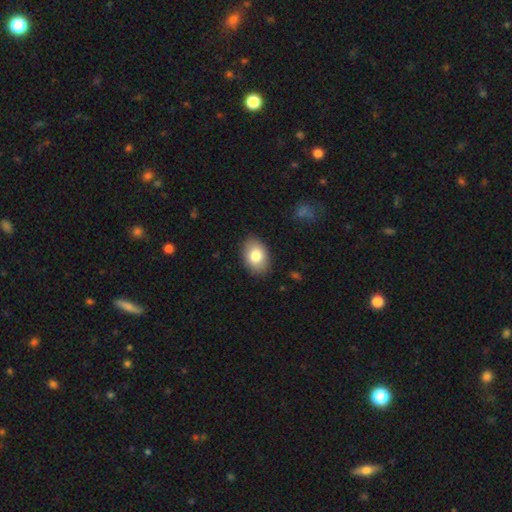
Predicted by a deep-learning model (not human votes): smooth_or_featured: smooth (p=0.83) [alt: featured or disk p=0.10]
how_rounded: in between (p=0.85) [alt: round p=0.14]
merging: none (p=0.86) [alt: minor disturbance p=0.10]